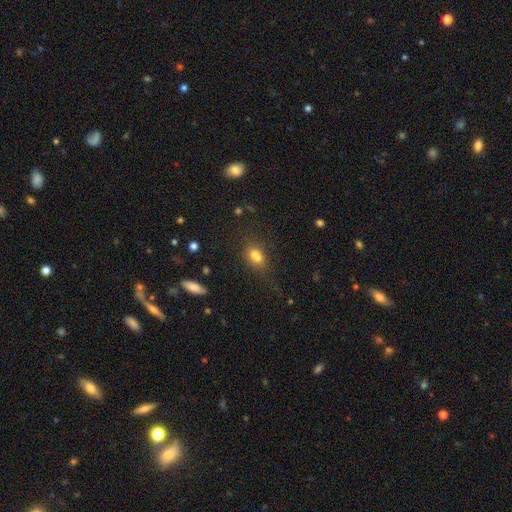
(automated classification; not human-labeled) This is likely a smooth galaxy (69%). How rounded: likely in between (66%). Merging: marginally none (41%).